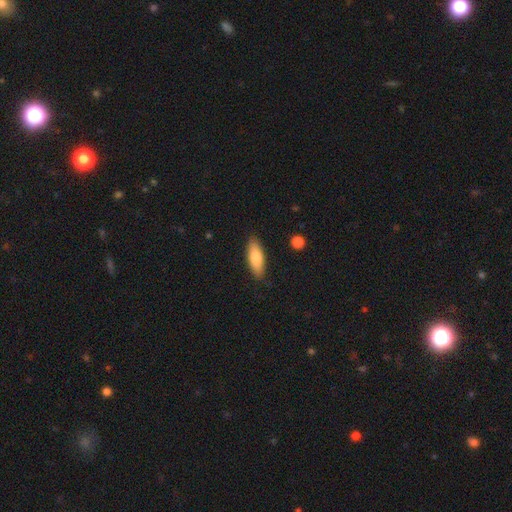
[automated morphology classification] smooth-or-featured: smooth: 80% | featured or disk: 14% | star or artifact: 6%
  how-rounded: in between: 61% | cigar-shaped: 37% | round: 2%
  merging: none: 88% | minor disturbance: 9% | major disturbance: 2% | merger: 1%